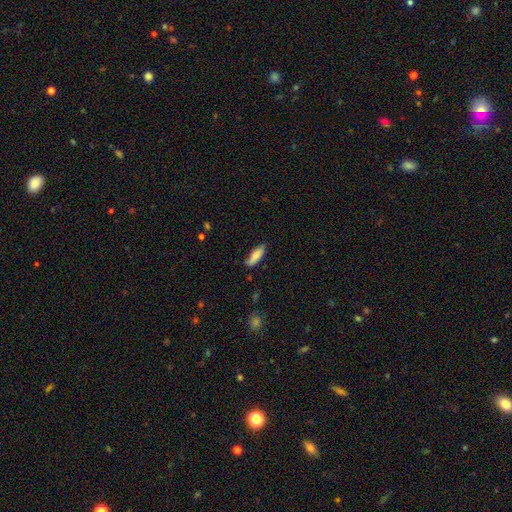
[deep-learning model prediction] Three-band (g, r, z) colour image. It shows a smooth galaxy with no disk features (80%) that is in between round and cigar-shaped (56%). Merging: none (74%).